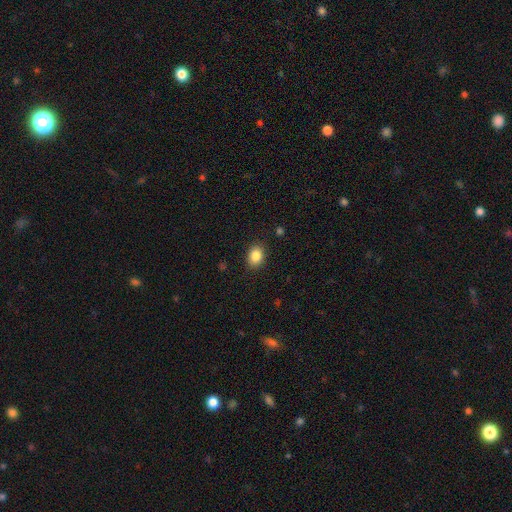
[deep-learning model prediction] Smooth or featured: smooth — 86% (star or artifact — 9%)
How rounded: in between — 65% (round — 34%)
Merging: none — 87% (minor disturbance — 9%)